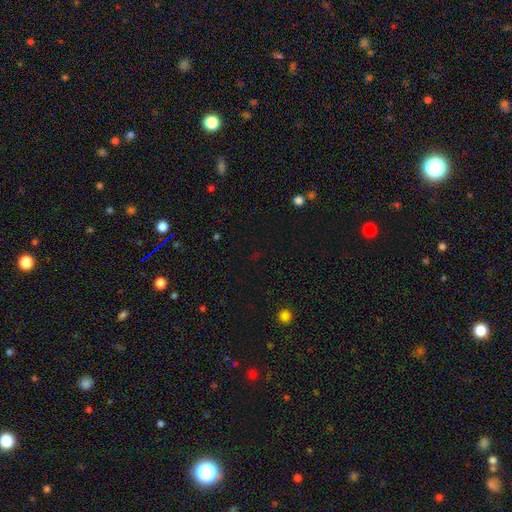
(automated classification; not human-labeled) Smooth or featured? star or artifact (65%)